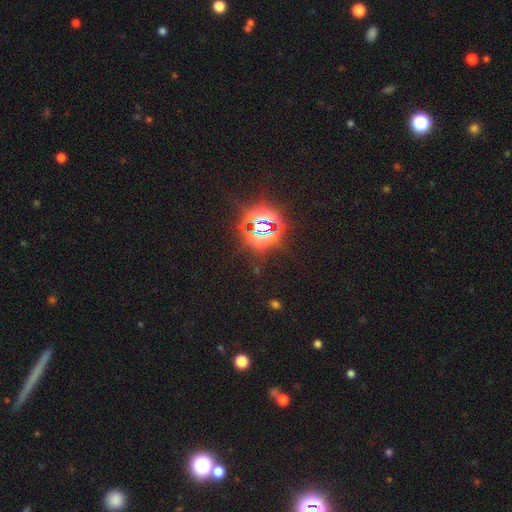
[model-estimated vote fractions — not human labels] This is clearly a star or artifact rather than a galaxy (84%).